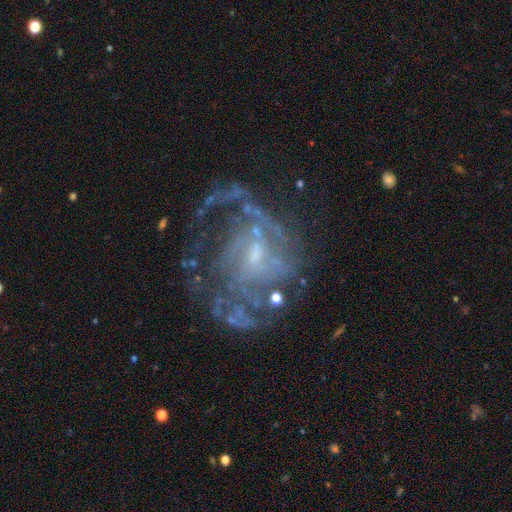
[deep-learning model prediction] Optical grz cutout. It shows a featured or disk galaxy (81%) with a weak bar (46%), medium (41%) spiral arms (81%) and a small central bulge (56%). Merging: none (46%).